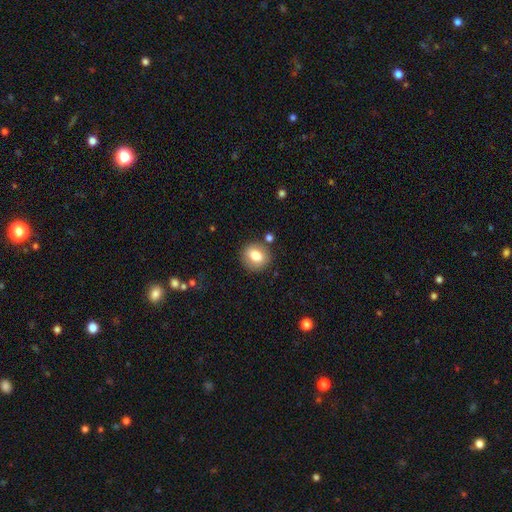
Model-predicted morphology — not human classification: A smooth galaxy with no disk features (77%) that is round (74%). Merging: none (83%).